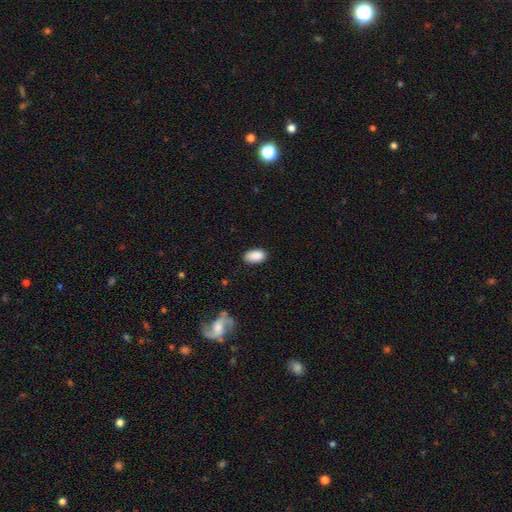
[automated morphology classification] This is clearly a smooth galaxy (89%). How rounded: clearly in between (94%). Merging: clearly none (83%).